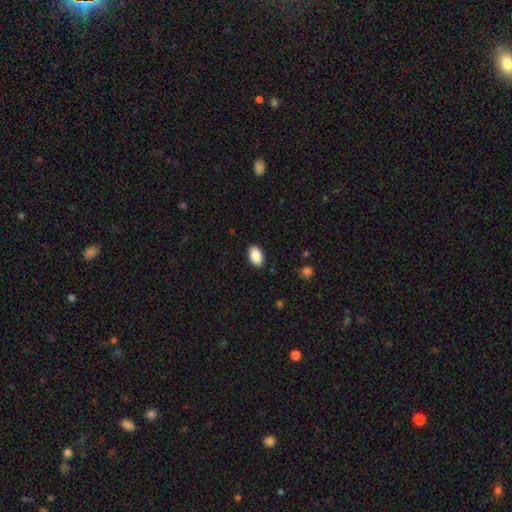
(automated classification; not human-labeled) Smooth or featured? Predicted: smooth (p=0.89). How rounded? Predicted: in between (p=0.92). Merging? Predicted: none (p=0.88).